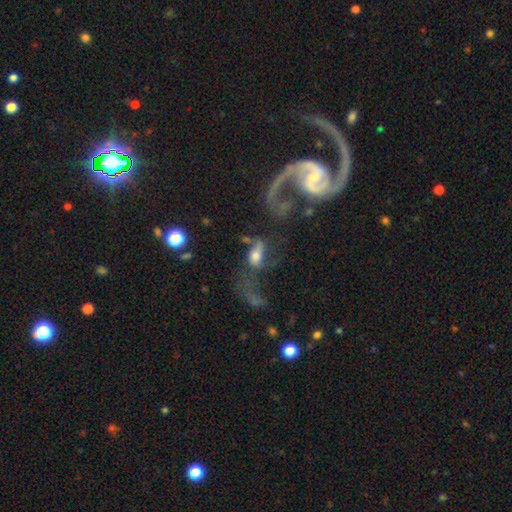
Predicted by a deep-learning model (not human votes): The model was most divided on "smooth or featured": smooth: 48%, featured or disk: 38%, star or artifact: 14%. Remaining: merging — major disturbance (44%).